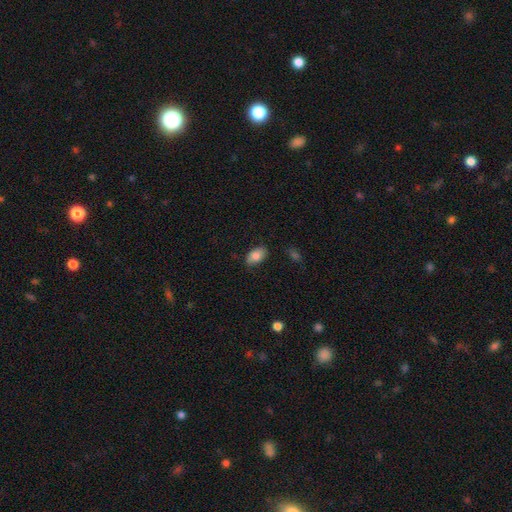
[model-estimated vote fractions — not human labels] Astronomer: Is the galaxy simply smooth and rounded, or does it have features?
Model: smooth — 81%.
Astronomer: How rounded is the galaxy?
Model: in between — 91%.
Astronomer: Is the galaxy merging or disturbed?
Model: none — 83%.